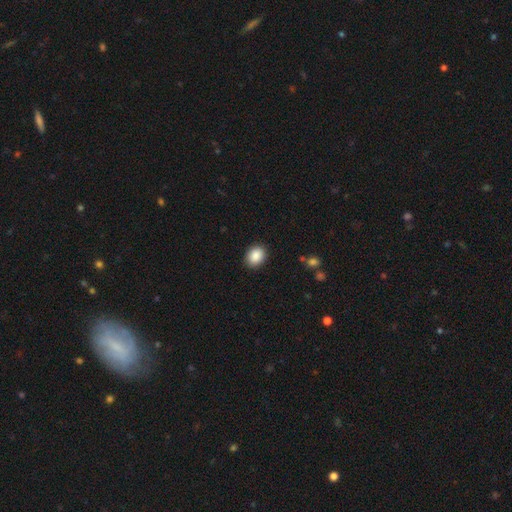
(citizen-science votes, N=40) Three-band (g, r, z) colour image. It shows a smooth galaxy with no disk features (95%) that is in between round and cigar-shaped (63%). Merging: none (87%).